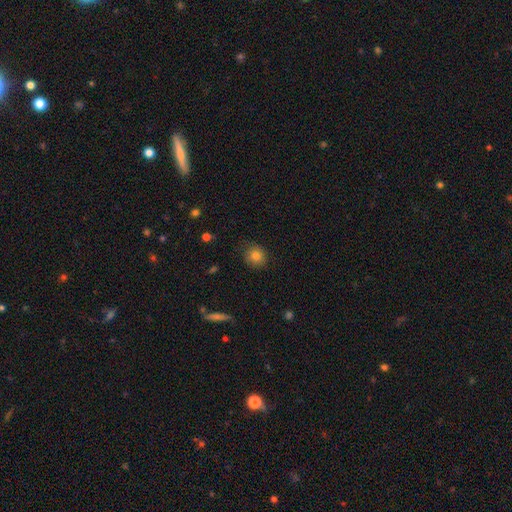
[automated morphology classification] The model was most divided on "smooth or featured": smooth: 80%, star or artifact: 11%, featured or disk: 9%. More confident: how rounded — round (85%); merging — none (83%).